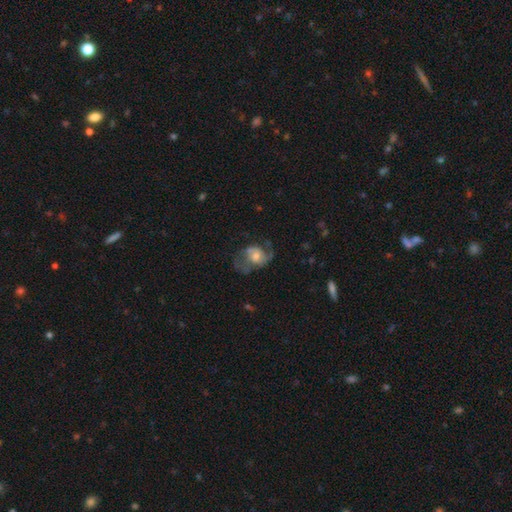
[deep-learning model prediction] This is possibly a featured or disk galaxy (55%). It is clearly not viewed edge-on (97%). Bar: likely no (72%). Spiral arm pattern: likely yes (67%). Central bulge: possibly moderate (54%). Merging: marginally none (39%).